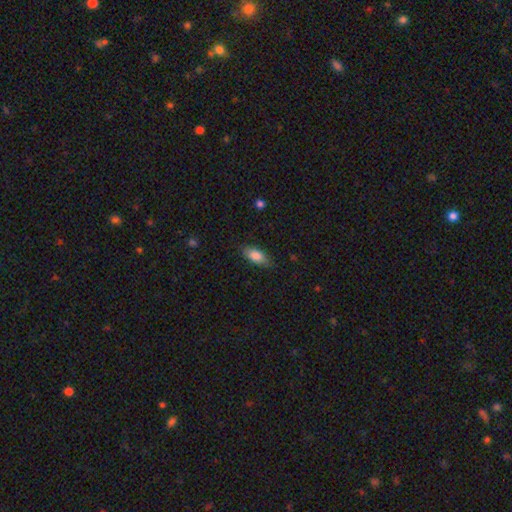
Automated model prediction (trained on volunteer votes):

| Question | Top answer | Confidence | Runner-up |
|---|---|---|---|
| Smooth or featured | smooth | 81% | featured or disk (12%) |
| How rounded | in between | 83% | cigar-shaped (14%) |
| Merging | none | 82% | minor disturbance (14%) |